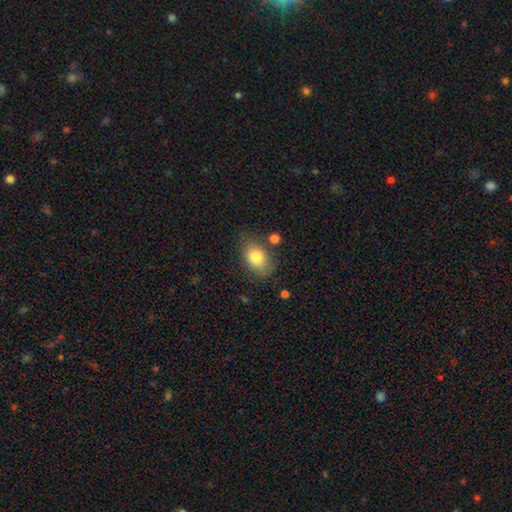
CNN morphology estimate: Q: Smooth or featured?
A: smooth (80%); runner-up: featured or disk (12%)
Q: How rounded?
A: in between (84%); runner-up: round (14%)
Q: Merging?
A: none (72%); runner-up: minor disturbance (18%)